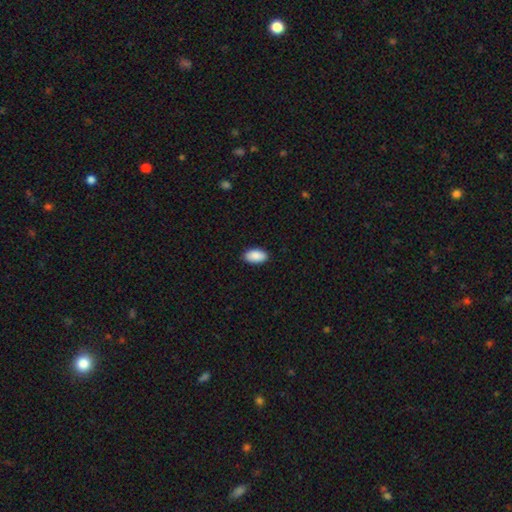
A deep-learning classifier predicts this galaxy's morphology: This appears to be a smooth galaxy with no disk features (90%) that is in between round and cigar-shaped (95%). Merging: none (89%).